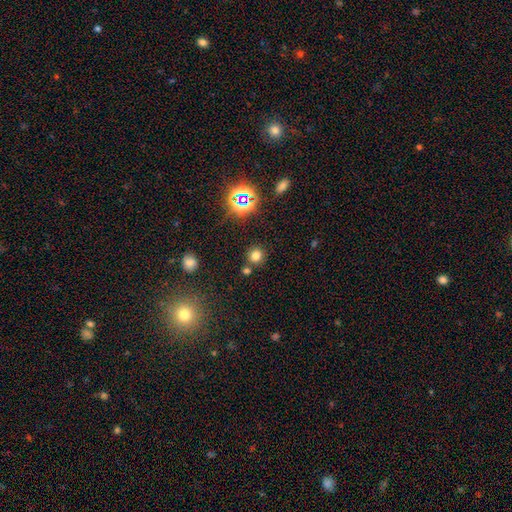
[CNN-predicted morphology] Smooth or featured? smooth (71%)
How rounded? round (88%)
Merging? none (77%)